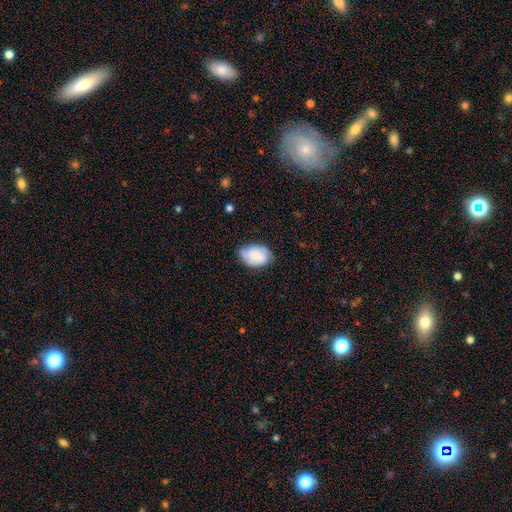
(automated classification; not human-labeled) Smooth or featured?
  - smooth: 71% *
  - featured or disk: 22%
  - star or artifact: 7%
How rounded?
  - in between: 85% *
  - round: 14%
  - cigar-shaped: 1%
Merging?
  - none: 65% *
  - minor disturbance: 28%
  - major disturbance: 6%
  - merger: 2%